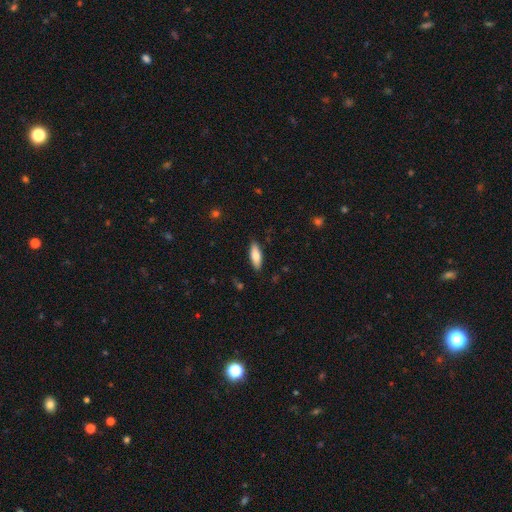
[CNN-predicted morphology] Smooth or featured?
  - smooth: 78% *
  - featured or disk: 16%
  - star or artifact: 6%
How rounded?
  - in between: 60% *
  - cigar-shaped: 38%
  - round: 2%
Merging?
  - none: 88% *
  - minor disturbance: 9%
  - major disturbance: 2%
  - merger: 1%